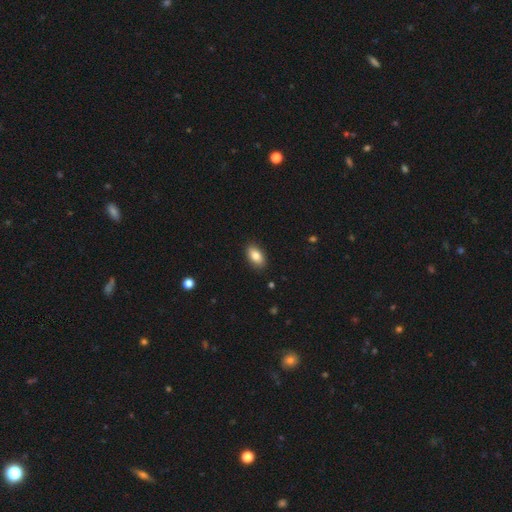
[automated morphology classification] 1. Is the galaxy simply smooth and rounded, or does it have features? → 83% smooth, 9% featured or disk, 7% star or artifact.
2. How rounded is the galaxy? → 92% in between, 5% round, 4% cigar-shaped.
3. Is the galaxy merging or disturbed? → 89% none, 8% minor disturbance, 2% major disturbance, 1% merger.